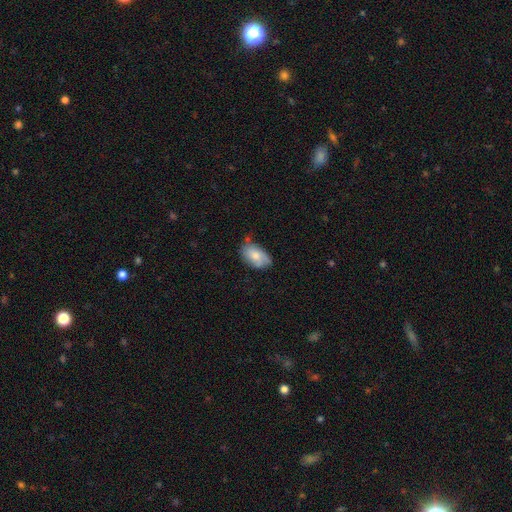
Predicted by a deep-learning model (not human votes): The model was most divided on "merging": none: 53%, minor disturbance: 35%, major disturbance: 8%, merger: 4%. More confident: how rounded — in between (92%); smooth or featured — smooth (71%).